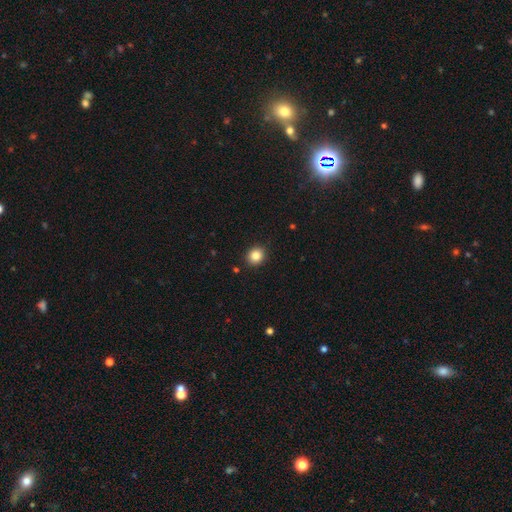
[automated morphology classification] Smooth or featured: smooth — 85% (star or artifact — 10%)
How rounded: round — 81% (in between — 18%)
Merging: none — 90% (minor disturbance — 7%)